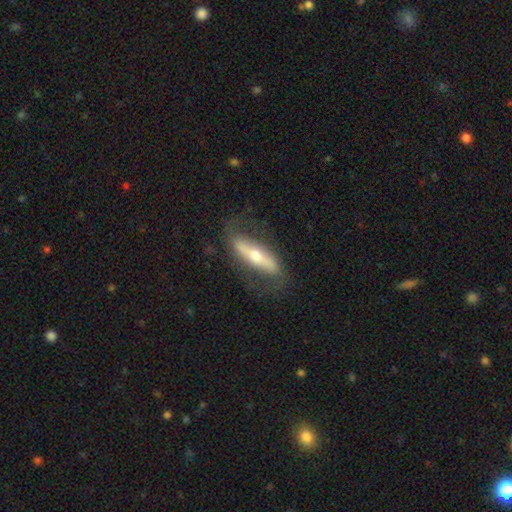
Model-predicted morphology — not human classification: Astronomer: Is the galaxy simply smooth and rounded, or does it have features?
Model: featured or disk — 63%.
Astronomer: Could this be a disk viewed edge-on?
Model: no — 51% (runner-up: yes, 49%).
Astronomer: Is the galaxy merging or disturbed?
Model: none — 72%.